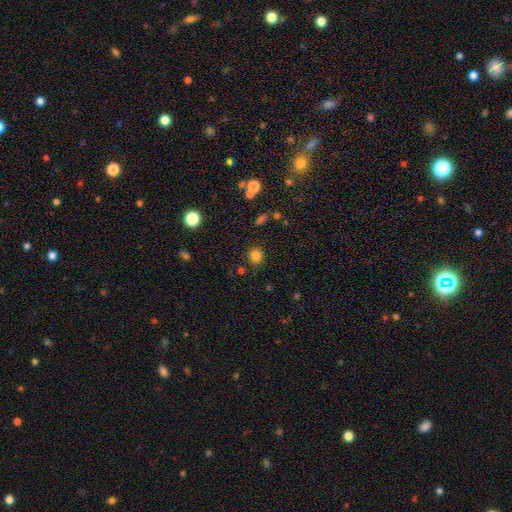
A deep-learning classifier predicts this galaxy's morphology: This appears to be a smooth galaxy with no disk features (81%) that is round (85%). Merging: none (85%).